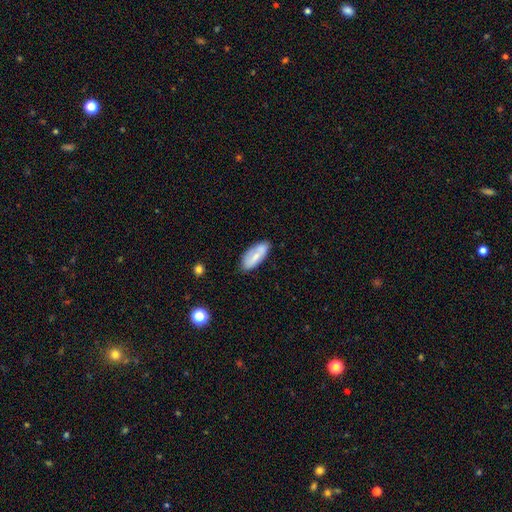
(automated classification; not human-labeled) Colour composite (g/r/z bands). It shows a smooth galaxy with no disk features (61%) that is in between round and cigar-shaped (81%). Merging: none (74%).